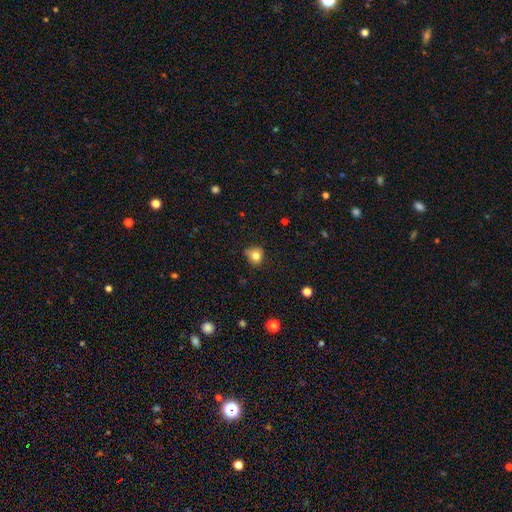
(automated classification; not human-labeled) This is clearly a smooth galaxy (80%). How rounded: likely round (75%). Merging: likely none (64%).